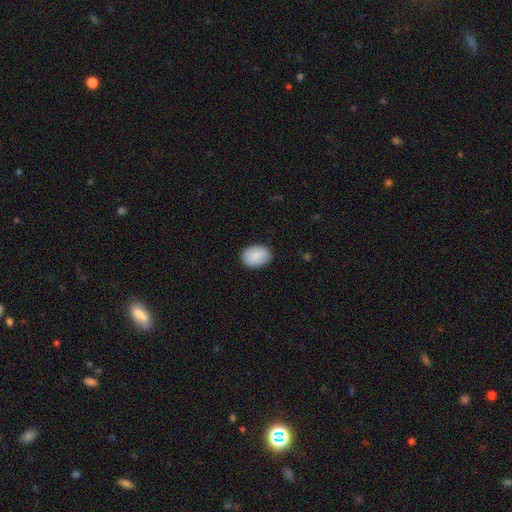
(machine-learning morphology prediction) The model was most divided on "how rounded": in between: 77%, round: 22%, cigar-shaped: 1%. More confident: smooth or featured — smooth (89%); merging — none (87%).